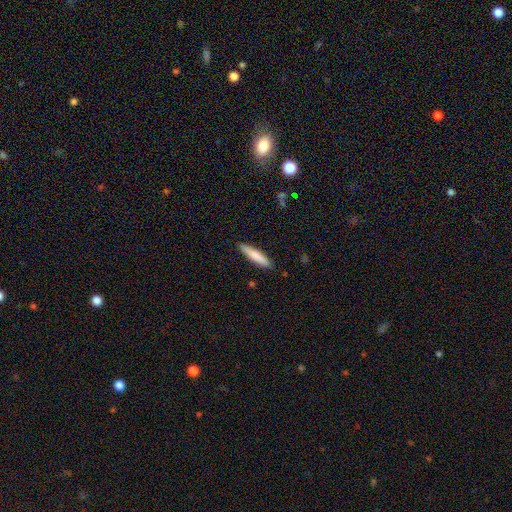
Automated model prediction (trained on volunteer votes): The model was most divided on "smooth or featured": smooth: 79%, featured or disk: 15%, star or artifact: 5%. More confident: merging — none (88%); how rounded — cigar-shaped (84%).